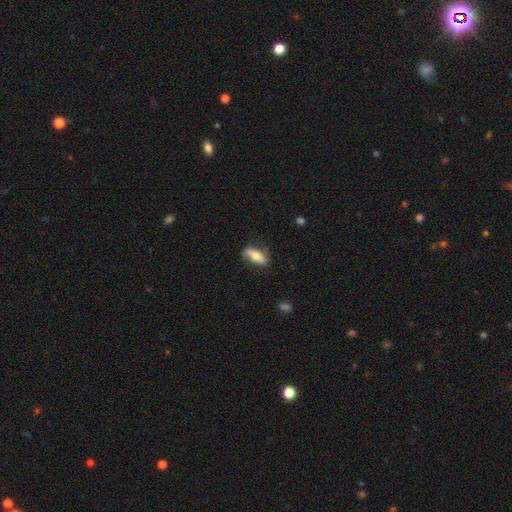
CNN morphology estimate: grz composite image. It shows a smooth galaxy with no disk features (62%) that is in between round and cigar-shaped (72%). Merging: none (75%).